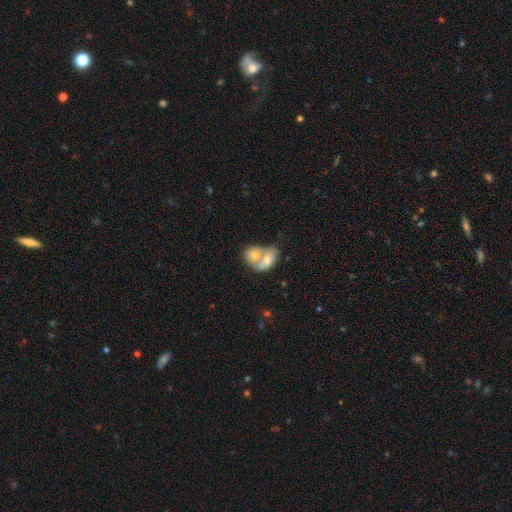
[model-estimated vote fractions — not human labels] This is possibly a smooth galaxy (56%). How rounded: likely in between (61%). Merging: likely merger (76%).